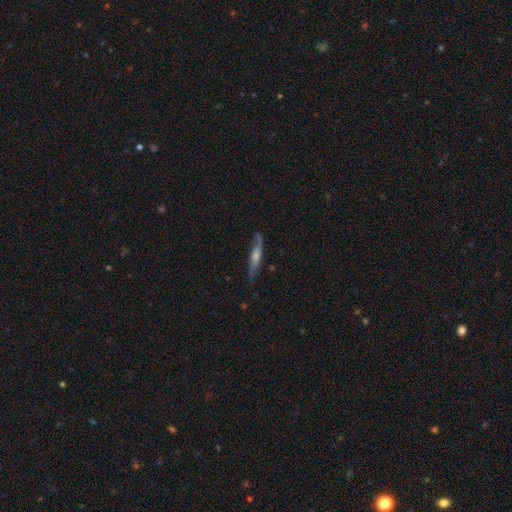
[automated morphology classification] type=featured or disk (64%); edge-on=yes (77%); merging=none (73%).